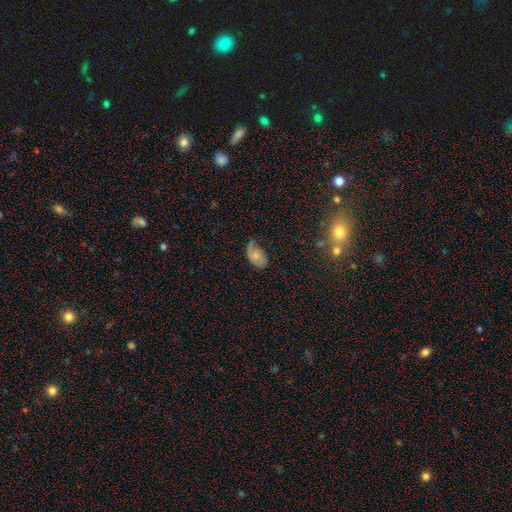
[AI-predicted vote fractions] Smooth or featured: smooth — 50% (featured or disk — 41%)
Merging: none — 41% (minor disturbance — 37%)